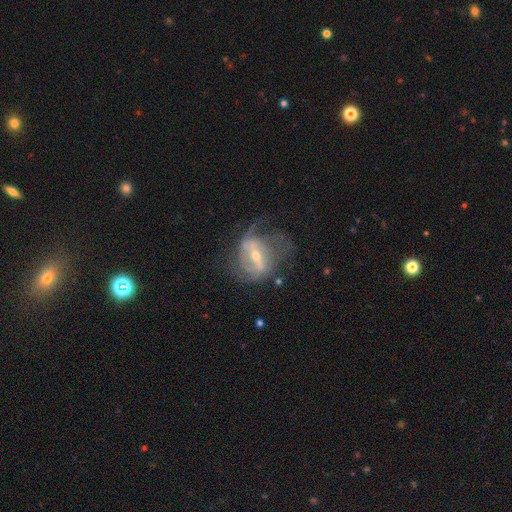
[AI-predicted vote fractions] featured or disk 81%, smooth 12%, star or artifact 8%. Down the decision tree: edge-on disk — no (95%); bar — strong (46%); spiral arms — yes (79%); spiral arm count — 2 (48%); spiral winding — medium (41%); bulge size — small (49%); merging — none (42%).